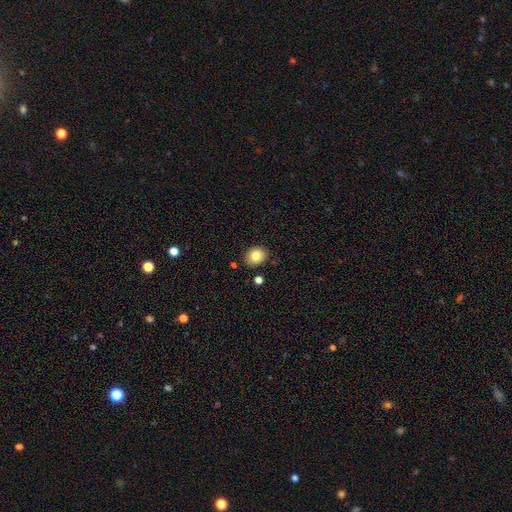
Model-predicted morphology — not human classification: smooth 80%, star or artifact 10%, featured or disk 10%. Down the decision tree: how rounded — round (63%); merging — none (86%).